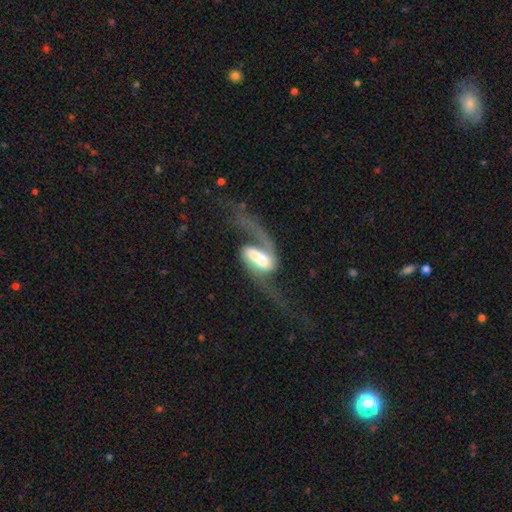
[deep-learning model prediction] Overall: featured or disk (81%). Edge-on disk: no (94%). Bar: strong (41%; weak 33%). Spiral arms: yes (92%). Spiral arm count: 2 (86%). Spiral winding: loose (84%). Bulge size: large (36%; moderate 30%). Merging: none (37%; major disturbance 34%).